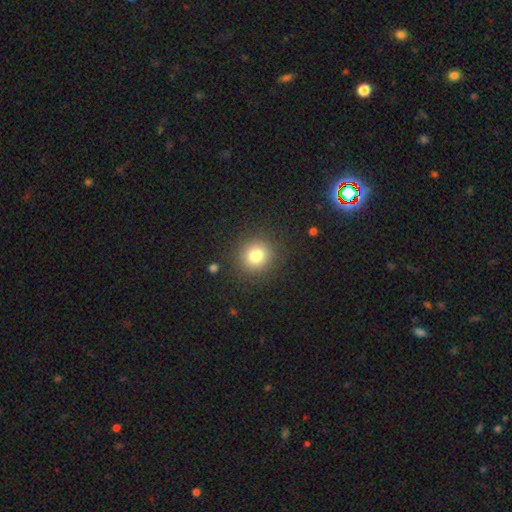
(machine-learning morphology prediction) Smooth or featured? smooth (80%)
How rounded? round (92%)
Merging? none (89%)